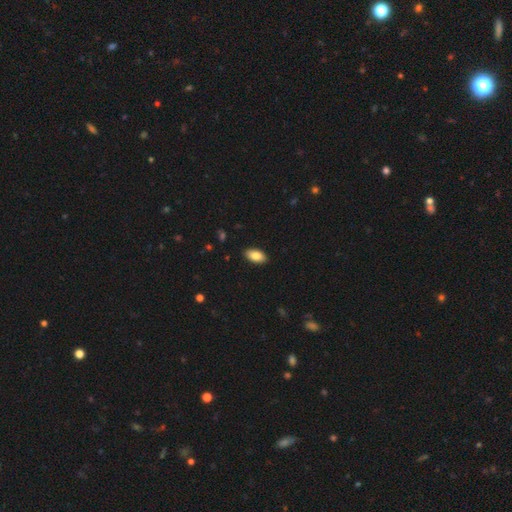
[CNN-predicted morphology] Smooth or featured? Predicted: smooth (p=0.85). How rounded? Predicted: in between (p=0.94). Merging? Predicted: none (p=0.90).